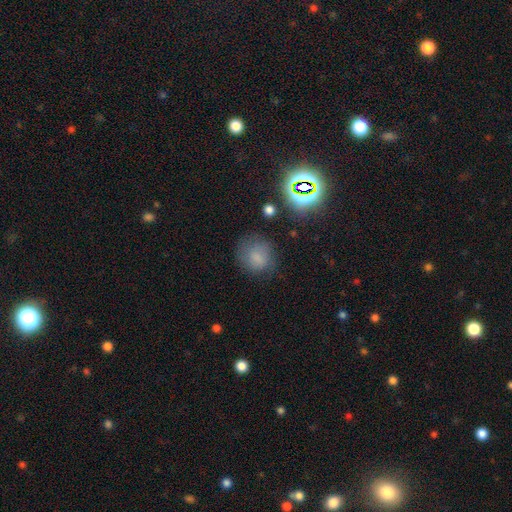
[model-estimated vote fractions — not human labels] This is likely a smooth galaxy (72%). How rounded: likely round (76%). Merging: likely none (69%).